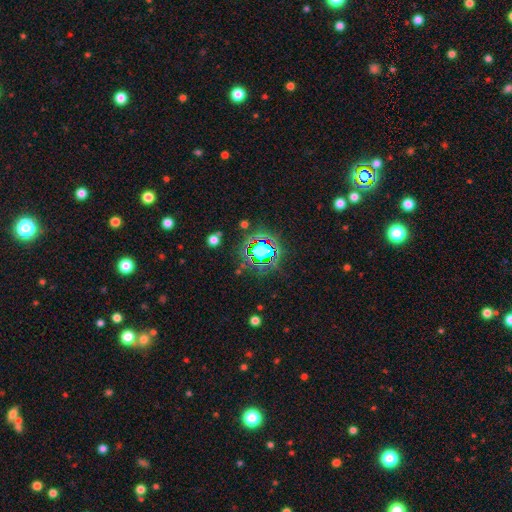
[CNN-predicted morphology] The model was most divided on "smooth or featured": star or artifact: 71%, smooth: 19%, featured or disk: 10%.